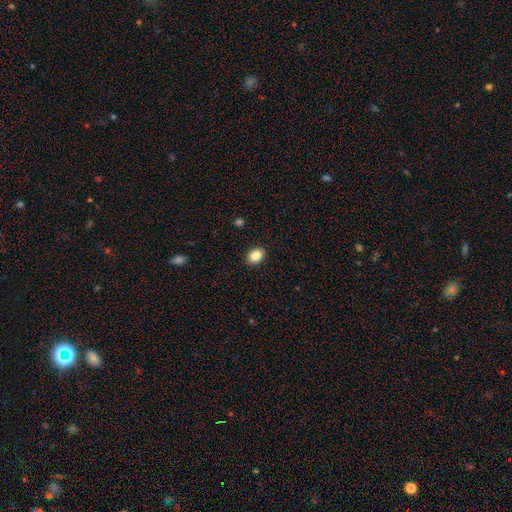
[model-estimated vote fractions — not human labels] This appears to be a smooth galaxy with no disk features (86%) that is in between round and cigar-shaped (70%). Merging: none (90%).